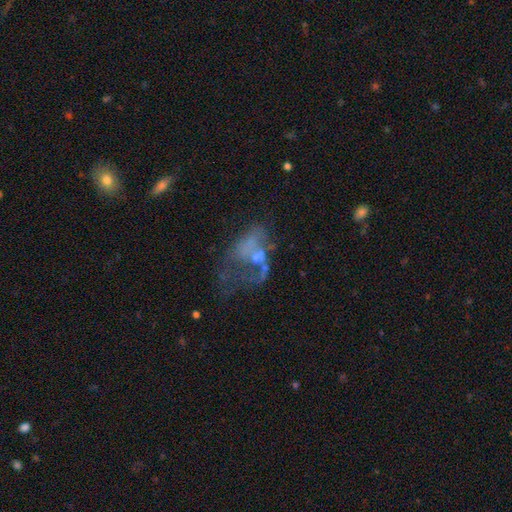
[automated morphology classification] A featured or disk galaxy (57%) with no bar (87%), no spiral arms (84%) and no central bulge (52%).

Vote fractions:
- Smooth or featured? featured or disk: 57% / smooth: 27% / star or artifact: 16%
- Edge-on disk? no: 97% / yes: 3%
- Bar? no: 87% / weak: 10% / strong: 2%
- Spiral arms? no: 84% / yes: 16%
- Bulge size? none: 52% / small: 29% / moderate: 15% / large: 2% / dominant: 1%
- Merging? major disturbance: 46% / none: 21% / merger: 21% / minor disturbance: 12%